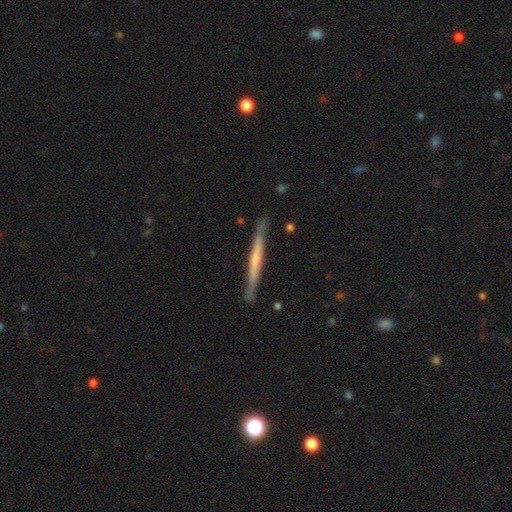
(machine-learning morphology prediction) type=featured or disk (61%); edge-on=yes (97%); edge-on bulge=none (58%); merging=none (88%).